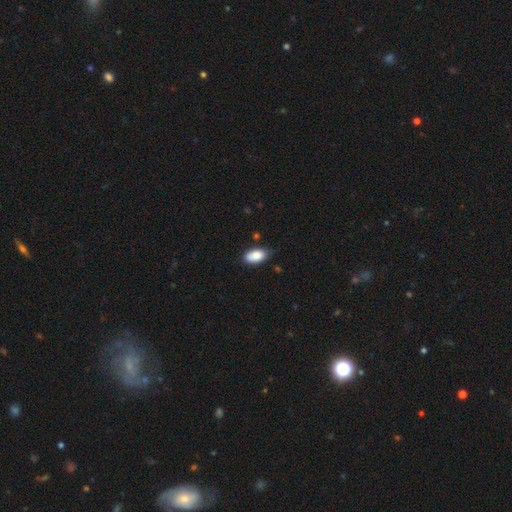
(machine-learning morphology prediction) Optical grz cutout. It shows a smooth galaxy with no disk features (86%) that is in between round and cigar-shaped (93%). Merging: none (69%).